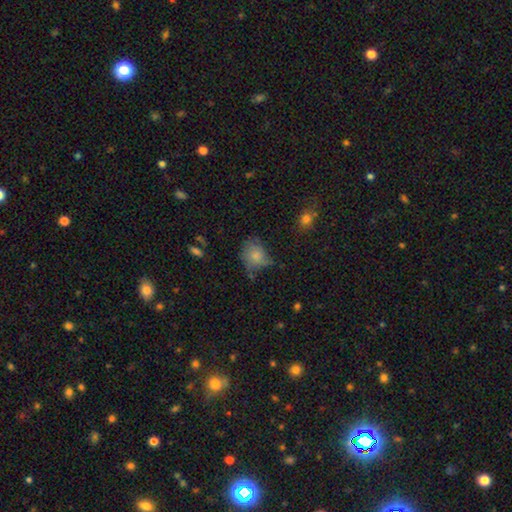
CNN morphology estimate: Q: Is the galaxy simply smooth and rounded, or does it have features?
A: smooth — 74%.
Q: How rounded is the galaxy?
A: round — 57%.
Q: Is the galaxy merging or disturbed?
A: none — 43%.